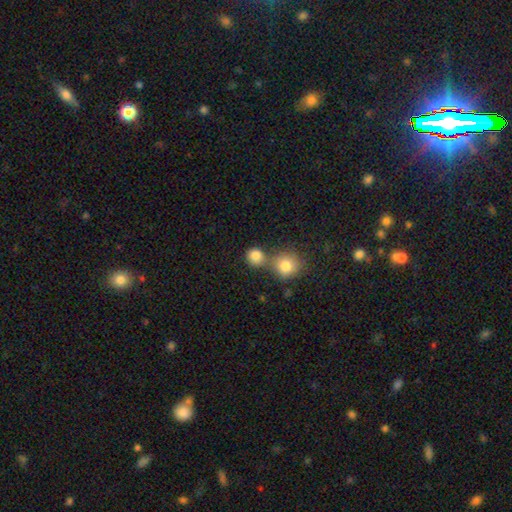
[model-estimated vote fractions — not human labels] The model was most divided on "merging": none: 54%, merger: 35%, minor disturbance: 8%, major disturbance: 3%. More confident: how rounded — round (87%); smooth or featured — smooth (83%).